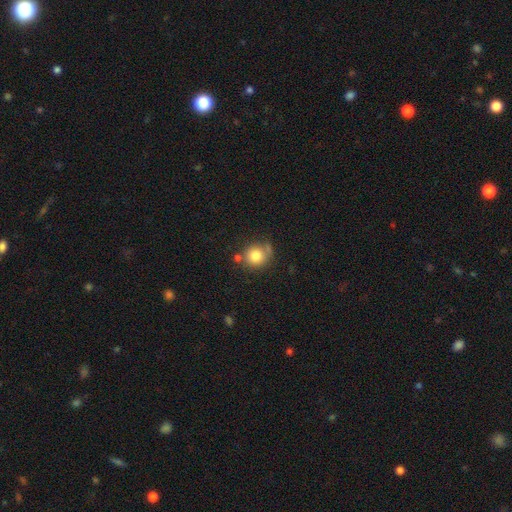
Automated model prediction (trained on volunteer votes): smooth 81%, star or artifact 10%, featured or disk 9%. Down the decision tree: how rounded — round (87%); merging — none (64%).